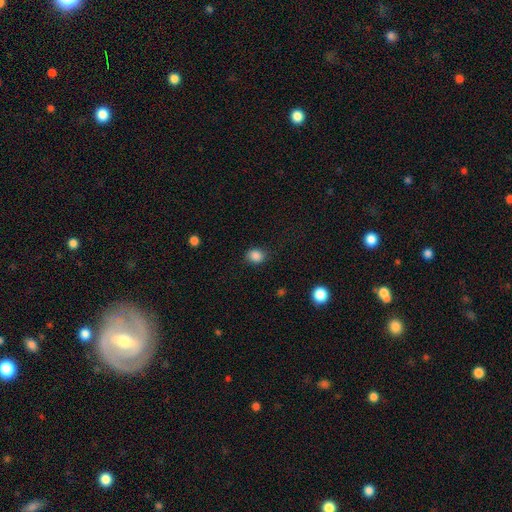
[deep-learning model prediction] A smooth galaxy with no disk features (86%) that is round (67%). Merging: none (81%).